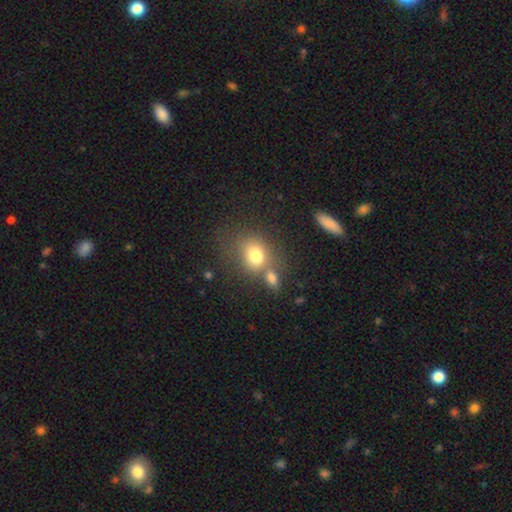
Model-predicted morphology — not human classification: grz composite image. It shows a smooth galaxy with no disk features (77%) that is round (57%). Merging: none (48%).